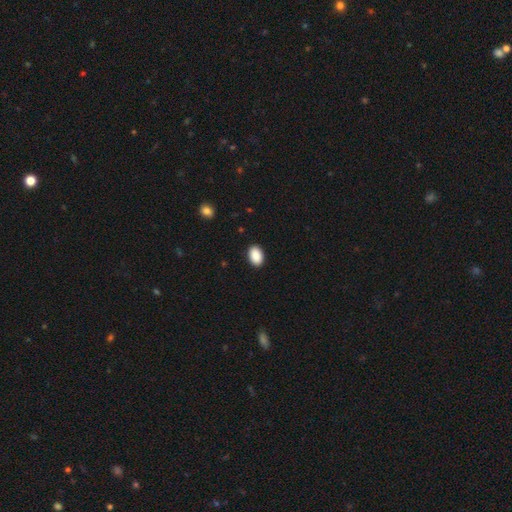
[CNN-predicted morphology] Smooth or featured? Predicted: smooth (p=0.91). How rounded? Predicted: in between (p=0.89). Merging? Predicted: none (p=0.91).